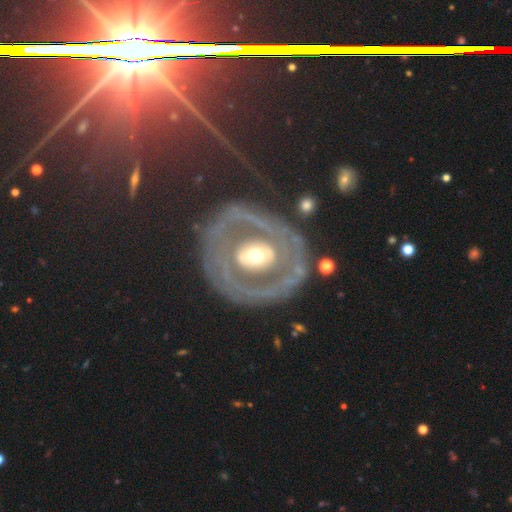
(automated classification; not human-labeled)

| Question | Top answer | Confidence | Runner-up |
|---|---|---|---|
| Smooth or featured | featured or disk | 79% | smooth (16%) |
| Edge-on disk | no | 96% | yes (4%) |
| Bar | no | 52% | weak (28%) |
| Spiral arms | yes | 60% | no (40%) |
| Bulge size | moderate | 68% | small (17%) |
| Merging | none | 65% | minor disturbance (16%) |